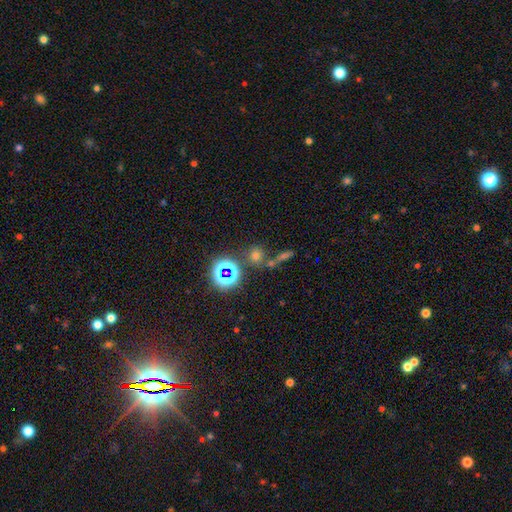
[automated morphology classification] A smooth galaxy with no disk features (59%) that is round (84%). Merging: none (67%).